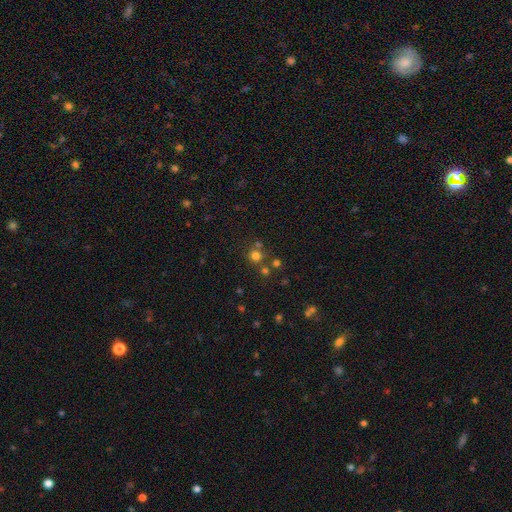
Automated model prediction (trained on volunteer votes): A smooth galaxy with no disk features (68%) that is round (91%).

Vote fractions:
- Smooth or featured? smooth: 68% / star or artifact: 24% / featured or disk: 8%
- How rounded? round: 91% / in between: 8% / cigar-shaped: 1%
- Merging? none: 67% / merger: 22% / minor disturbance: 8% / major disturbance: 3%